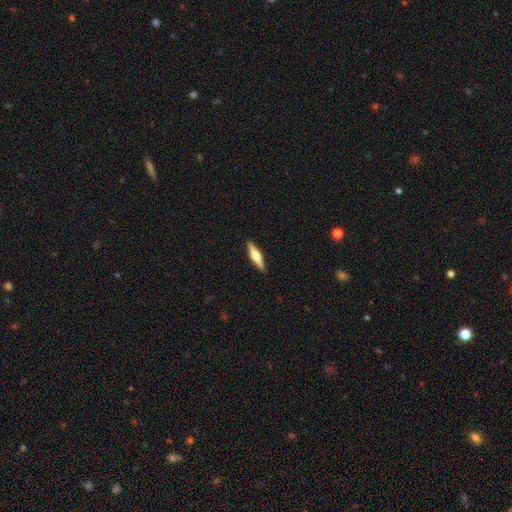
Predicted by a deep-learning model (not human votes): featured or disk 59%, smooth 35%, star or artifact 5%. Down the decision tree: edge-on disk — yes (97%); edge-on bulge — rounded (91%); merging — none (91%).